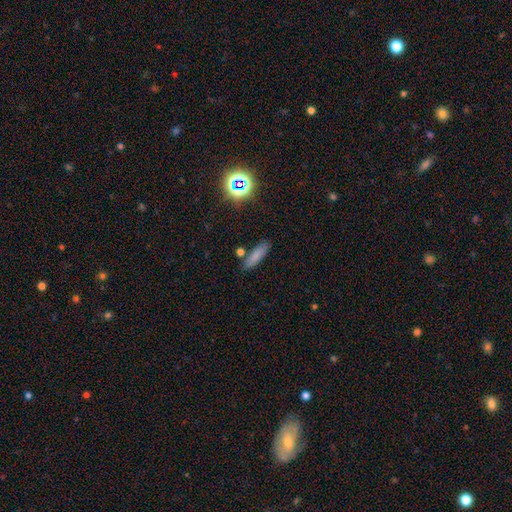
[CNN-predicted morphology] The model was most divided on "how rounded": cigar-shaped: 62%, in between: 35%, round: 3%. More confident: merging — none (80%); smooth or featured — smooth (76%).